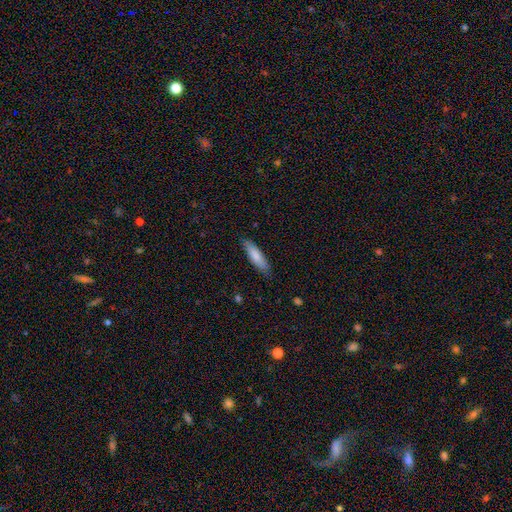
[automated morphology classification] A smooth galaxy with no disk features (81%) that is cigar-shaped (69%). Merging: none (85%).